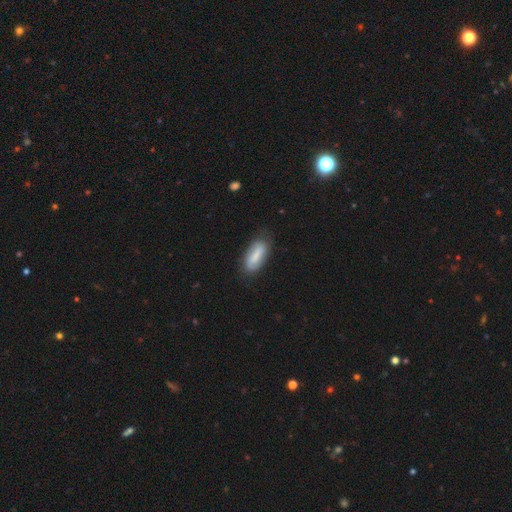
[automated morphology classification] smooth 71%, featured or disk 23%, star or artifact 6%. Down the decision tree: how rounded — in between (74%); merging — none (74%).